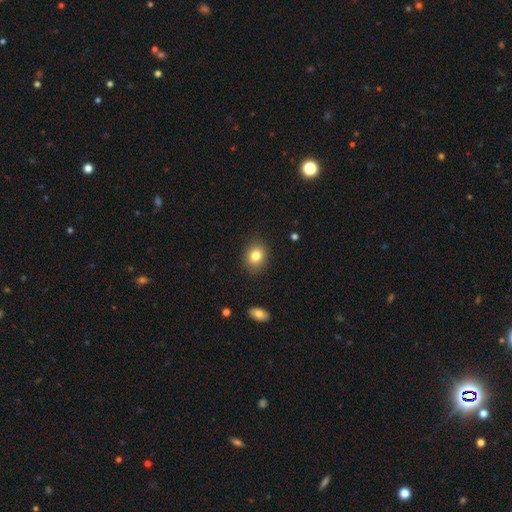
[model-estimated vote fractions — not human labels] A smooth galaxy with no disk features (82%) that is round (58%).

Vote fractions:
- Smooth or featured? smooth: 82% / star or artifact: 10% / featured or disk: 8%
- How rounded? round: 58% / in between: 41% / cigar-shaped: 1%
- Merging? none: 88% / minor disturbance: 9% / major disturbance: 2% / merger: 1%